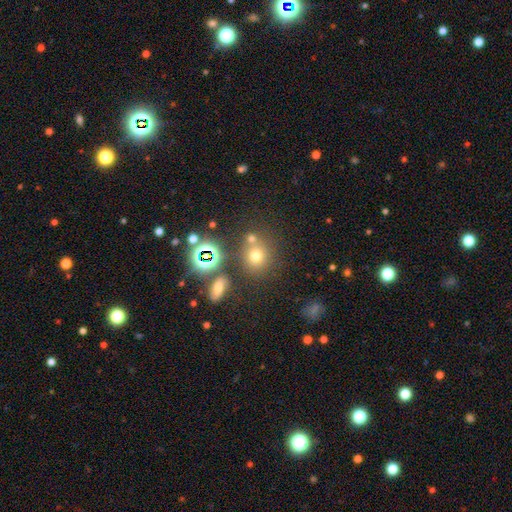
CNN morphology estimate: The model was most divided on "smooth or featured": smooth: 64%, star or artifact: 25%, featured or disk: 11%. More confident: how rounded — round (79%); merging — none (66%).